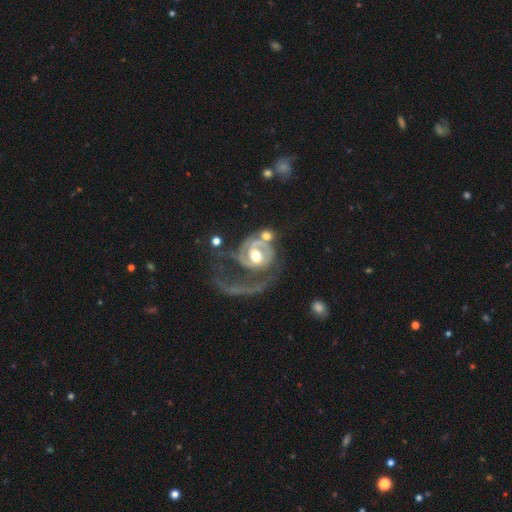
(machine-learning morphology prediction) smooth_or_featured: featured or disk (p=0.83) [alt: smooth p=0.12]
disk_edge_on: no (p=0.97) [alt: yes p=0.03]
bar: no (p=0.49) [alt: weak p=0.36]
has_spiral_arms: yes (p=0.87) [alt: no p=0.13]
spiral_winding: tight (p=0.36) [alt: medium p=0.35]
spiral_arm_count: 1 (p=0.40) [alt: 2 p=0.37]
bulge_size: moderate (p=0.70) [alt: large p=0.18]
merging: major disturbance (p=0.48) [alt: merger p=0.22]